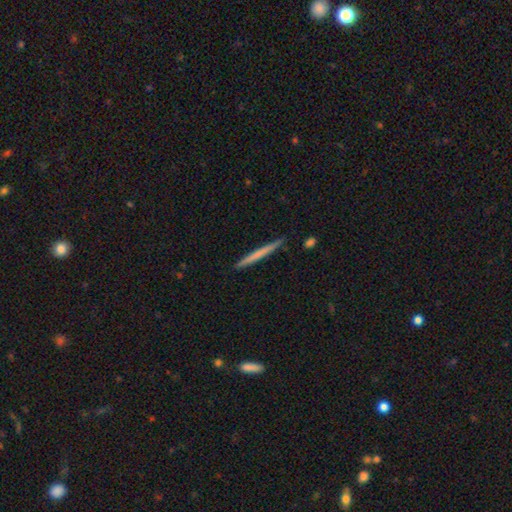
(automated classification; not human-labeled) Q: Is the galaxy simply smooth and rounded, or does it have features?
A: smooth — 60%.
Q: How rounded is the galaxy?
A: cigar-shaped — 97%.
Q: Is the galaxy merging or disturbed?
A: none — 89%.